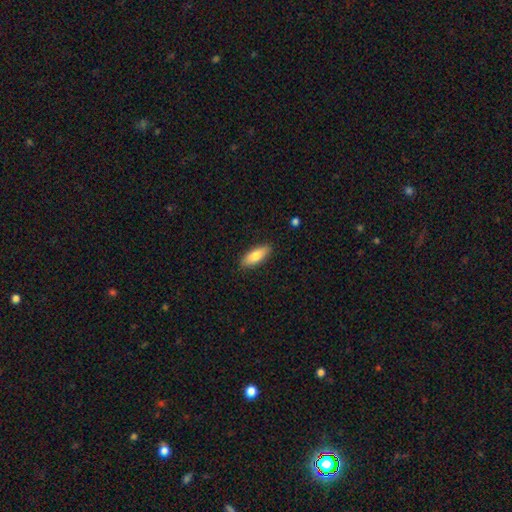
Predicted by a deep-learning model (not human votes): Smooth or featured: smooth — 77% (featured or disk — 17%)
How rounded: in between — 67% (cigar-shaped — 31%)
Merging: none — 88% (minor disturbance — 9%)